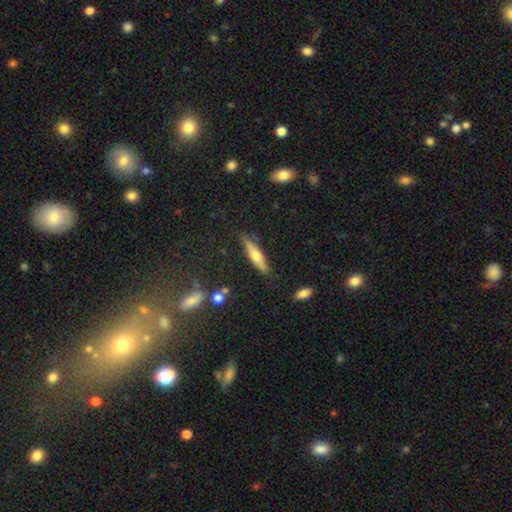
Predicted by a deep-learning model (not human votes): A smooth galaxy with no disk features (51%) that is cigar-shaped (76%). Merging: none (82%).